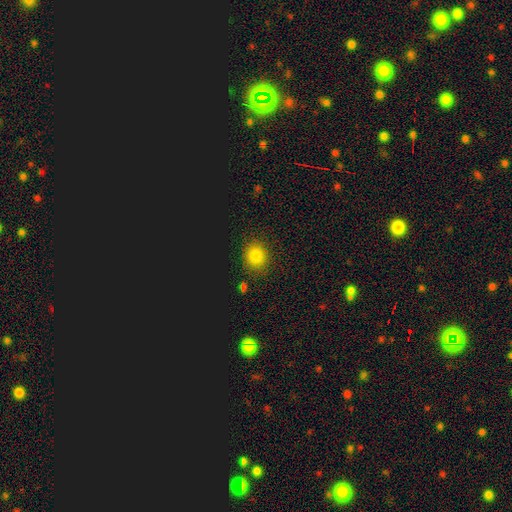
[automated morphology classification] This appears to be a smooth galaxy with no disk features (77%) that is round (73%). Merging: none (86%).